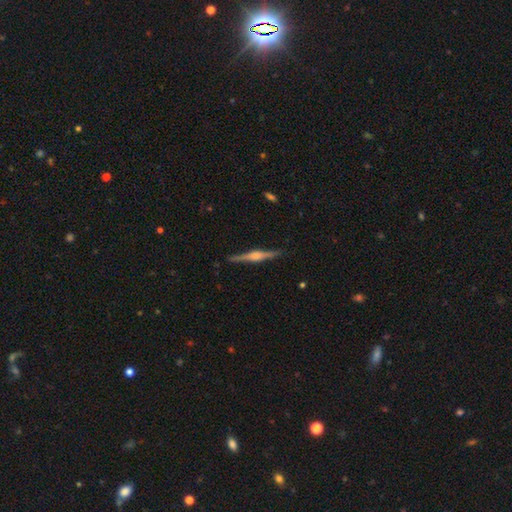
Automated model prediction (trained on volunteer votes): Overall: featured or disk (79%). Edge-on disk: yes (98%). Edge-on bulge: rounded (76%). Merging: none (90%).